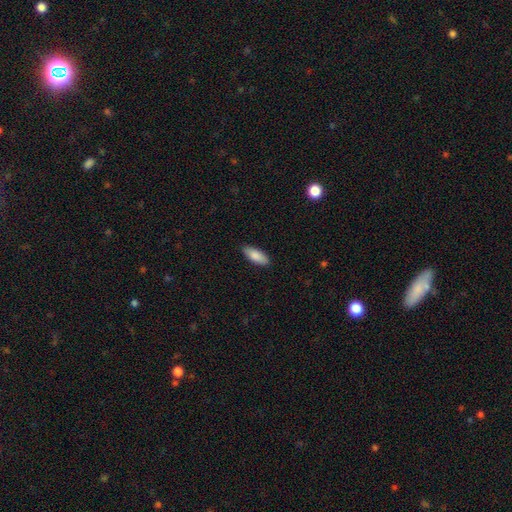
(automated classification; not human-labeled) This appears to be a smooth galaxy with no disk features (87%) that is in between round and cigar-shaped (76%). Merging: none (87%).